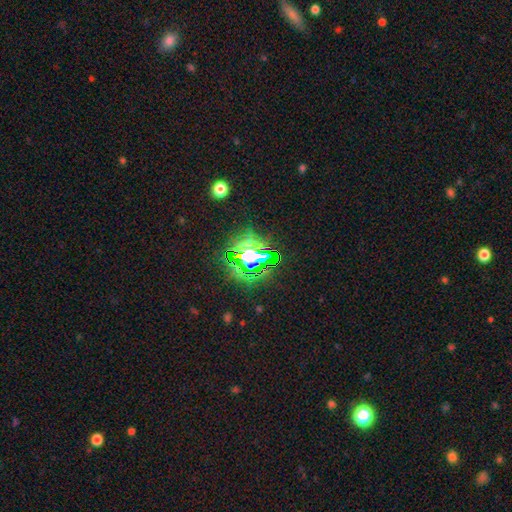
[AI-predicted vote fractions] Smooth or featured? Predicted: star or artifact (p=0.73).